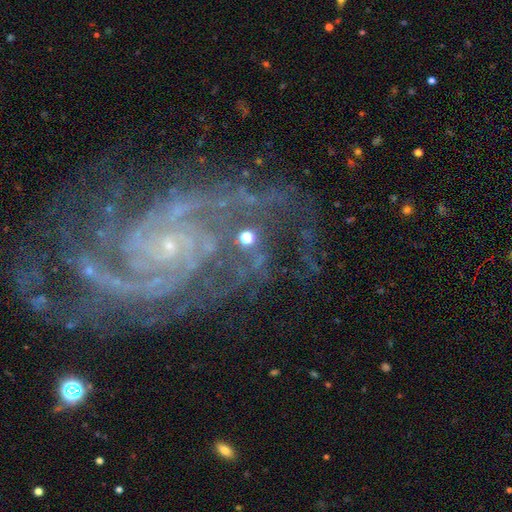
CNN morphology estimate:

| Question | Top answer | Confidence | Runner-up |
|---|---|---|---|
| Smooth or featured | featured or disk | 90% | star or artifact (7%) |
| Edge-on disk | no | 98% | yes (2%) |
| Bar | no | 67% | weak (22%) |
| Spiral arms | yes | 98% | no (2%) |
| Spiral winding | tight | 61% | medium (33%) |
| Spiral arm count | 2 | 24% | 3 (21%) |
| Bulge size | small | 86% | moderate (8%) |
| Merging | none | 63% | minor disturbance (18%) |